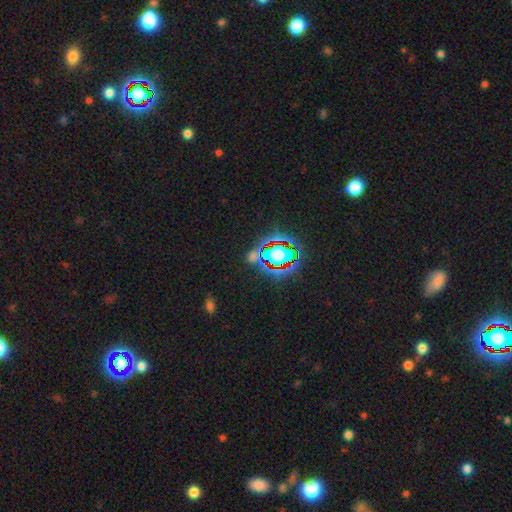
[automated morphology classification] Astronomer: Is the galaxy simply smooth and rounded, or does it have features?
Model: star or artifact — 72%.